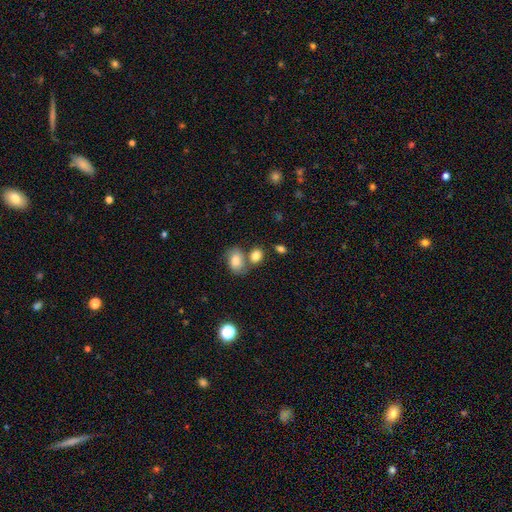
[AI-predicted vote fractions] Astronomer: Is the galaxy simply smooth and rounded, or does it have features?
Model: smooth — 82%.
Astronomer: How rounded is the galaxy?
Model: in between — 66%.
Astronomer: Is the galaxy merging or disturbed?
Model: none — 50% (runner-up: merger, 32%).